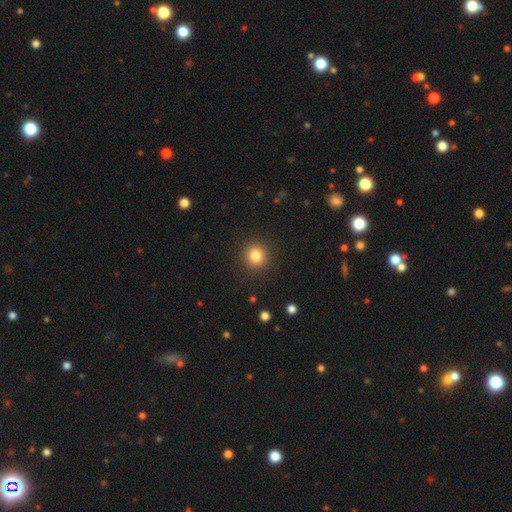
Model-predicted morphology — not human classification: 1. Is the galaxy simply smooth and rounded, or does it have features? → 83% smooth, 12% star or artifact, 6% featured or disk.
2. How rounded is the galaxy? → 92% round, 7% in between, 1% cigar-shaped.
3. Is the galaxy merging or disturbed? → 91% none, 5% minor disturbance, 2% major disturbance, 1% merger.